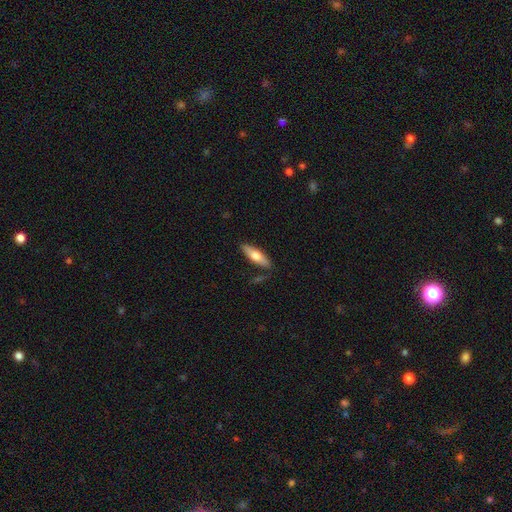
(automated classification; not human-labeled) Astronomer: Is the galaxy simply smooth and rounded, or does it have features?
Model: smooth — 61%.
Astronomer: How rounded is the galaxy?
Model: cigar-shaped — 56% (runner-up: in between, 42%).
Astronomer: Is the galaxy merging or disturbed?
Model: none — 81%.